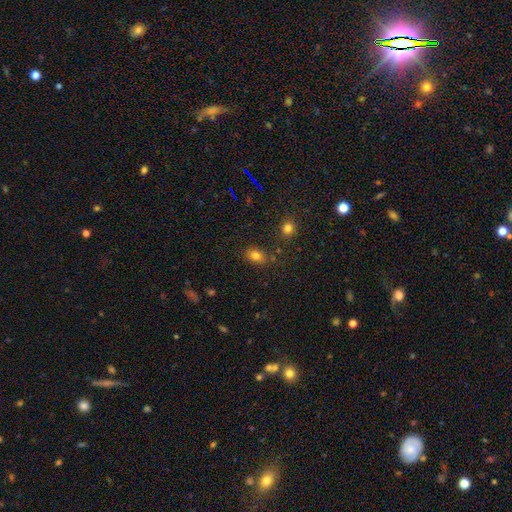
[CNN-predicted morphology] smooth 79%, star or artifact 14%, featured or disk 8%. Down the decision tree: how rounded — in between (72%); merging — none (76%).